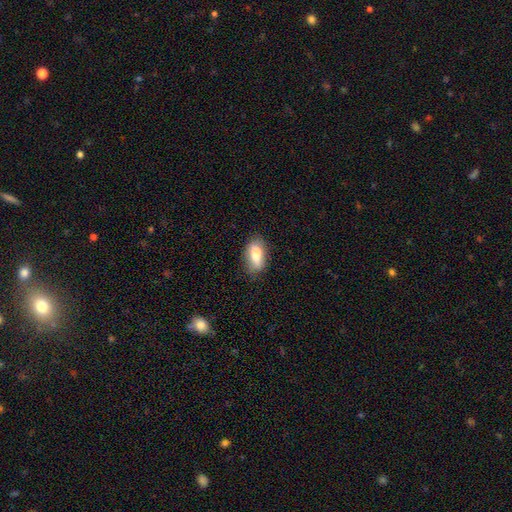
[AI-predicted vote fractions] A smooth galaxy with no disk features (73%) that is in between round and cigar-shaped (83%). Merging: none (65%).